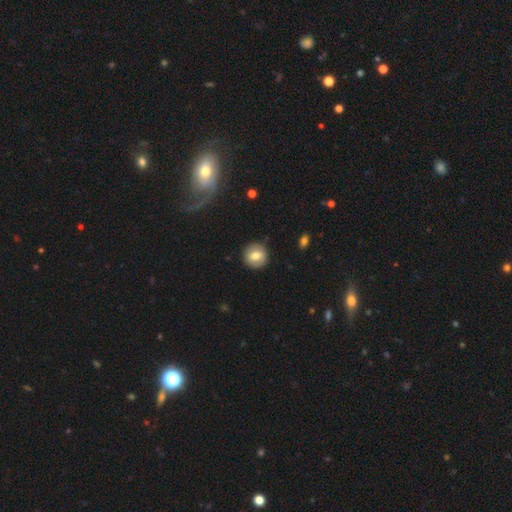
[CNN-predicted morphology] smooth-or-featured: smooth: 72% | featured or disk: 20% | star or artifact: 8%
  how-rounded: round: 90% | in between: 9% | cigar-shaped: 1%
  merging: none: 88% | minor disturbance: 8% | major disturbance: 2% | merger: 1%